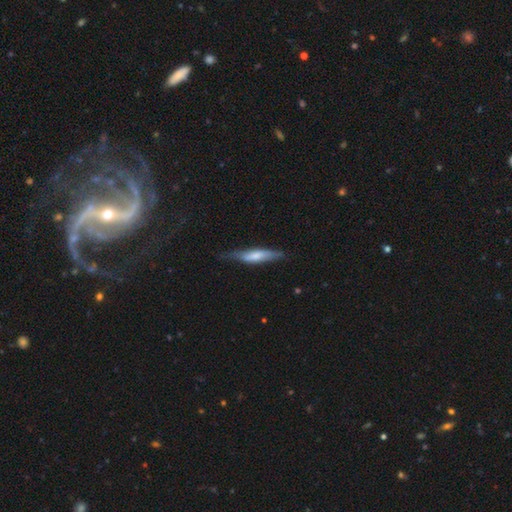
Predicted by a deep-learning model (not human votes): Smooth or featured? smooth (56%)
How rounded? cigar-shaped (80%)
Merging? none (67%)